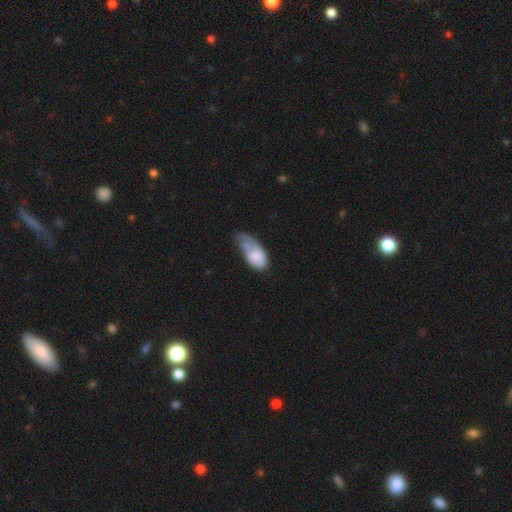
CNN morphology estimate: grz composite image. It shows a smooth galaxy with no disk features (71%) that is in between round and cigar-shaped (91%). Merging: major disturbance (37%).